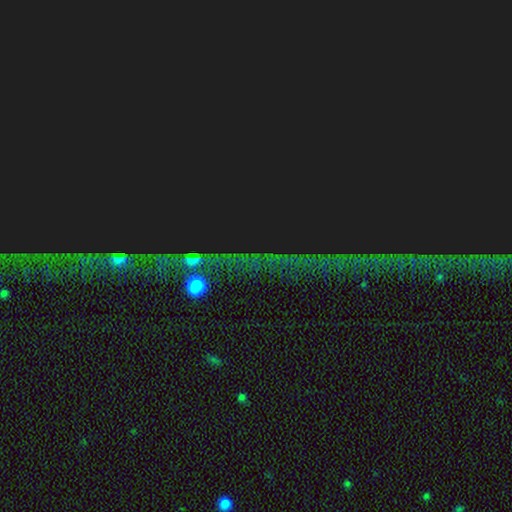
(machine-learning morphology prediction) Smooth or featured?
  - star or artifact: 78% *
  - smooth: 12%
  - featured or disk: 10%